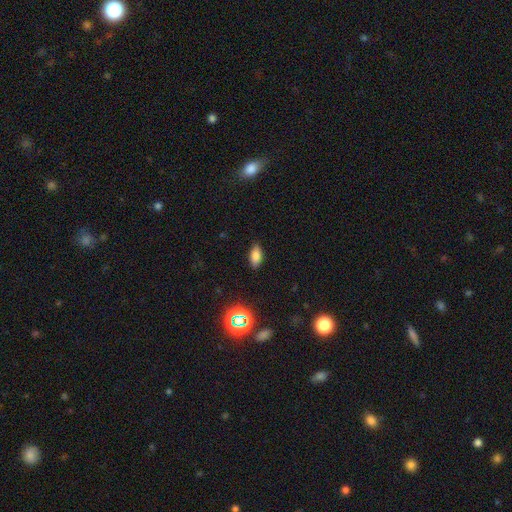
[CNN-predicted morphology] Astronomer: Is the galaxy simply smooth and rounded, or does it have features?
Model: smooth — 78%.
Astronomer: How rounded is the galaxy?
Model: in between — 89%.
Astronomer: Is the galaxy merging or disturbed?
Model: none — 87%.